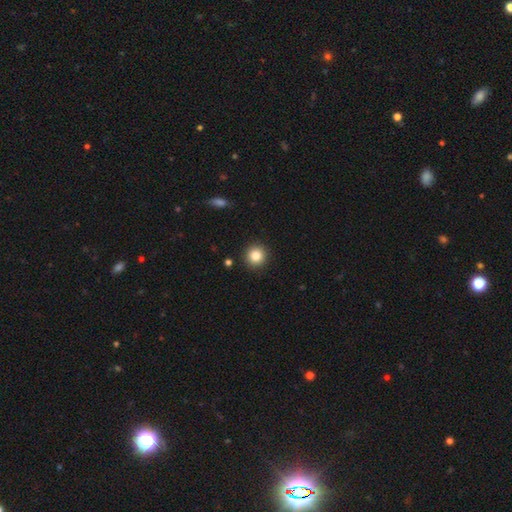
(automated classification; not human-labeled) Smooth or featured? smooth (84%)
How rounded? round (94%)
Merging? none (92%)